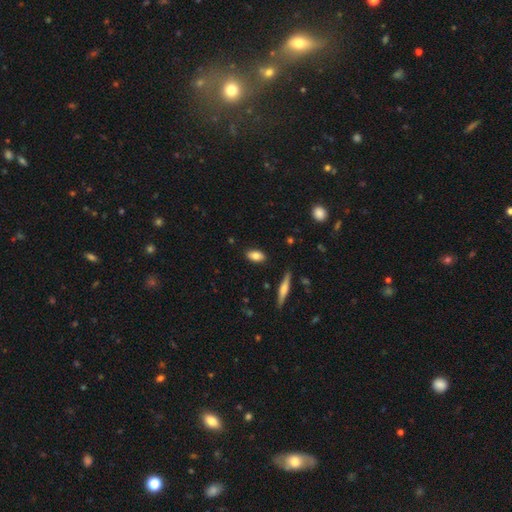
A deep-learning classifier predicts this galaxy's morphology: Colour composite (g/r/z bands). It shows a smooth galaxy with no disk features (79%) that is in between round and cigar-shaped (85%). Merging: none (86%).